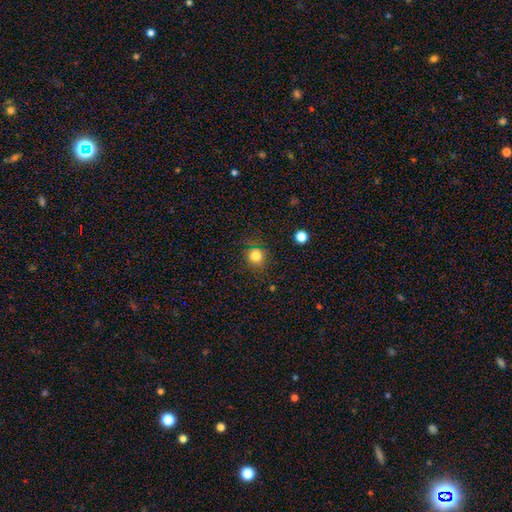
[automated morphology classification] smooth_or_featured: smooth (p=0.80) [alt: star or artifact p=0.14]
how_rounded: round (p=0.89) [alt: in between p=0.10]
merging: none (p=0.85) [alt: minor disturbance p=0.10]